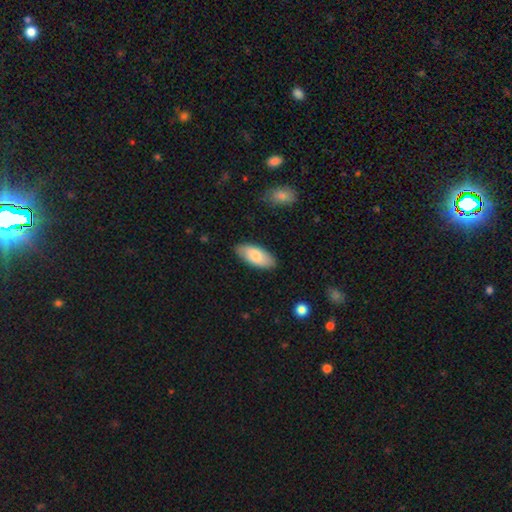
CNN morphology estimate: smooth-or-featured: smooth: 82% | featured or disk: 13% | star or artifact: 5%
  how-rounded: in between: 89% | cigar-shaped: 9% | round: 2%
  merging: none: 86% | minor disturbance: 11% | major disturbance: 2% | merger: 1%